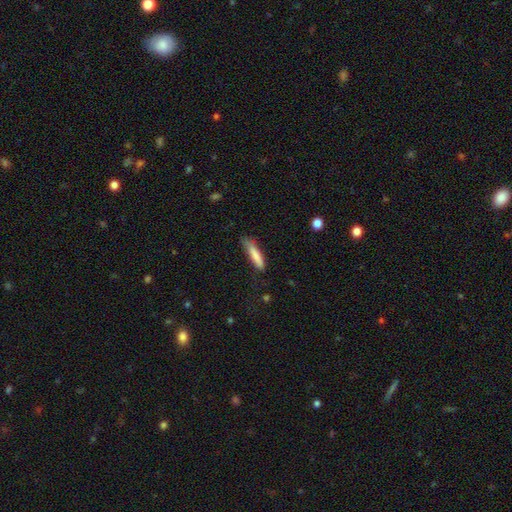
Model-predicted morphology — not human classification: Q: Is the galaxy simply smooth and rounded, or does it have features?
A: smooth — 79%.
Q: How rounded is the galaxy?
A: cigar-shaped — 85%.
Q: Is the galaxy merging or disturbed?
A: none — 63%.